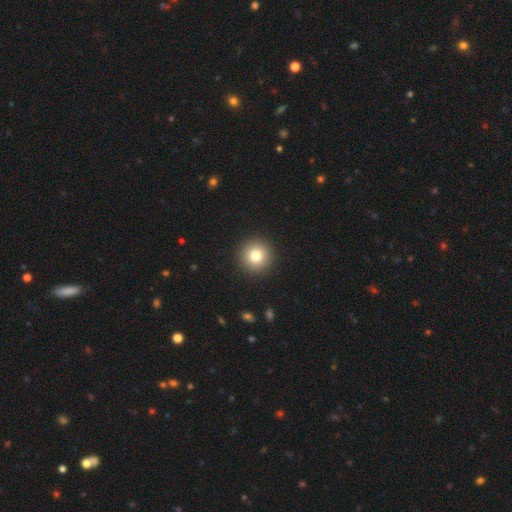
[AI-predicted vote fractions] A smooth galaxy with no disk features (80%) that is round (96%).

Vote fractions:
- Smooth or featured? smooth: 80% / star or artifact: 11% / featured or disk: 9%
- How rounded? round: 96% / in between: 4% / cigar-shaped: 1%
- Merging? none: 93% / minor disturbance: 4% / major disturbance: 2% / merger: 1%